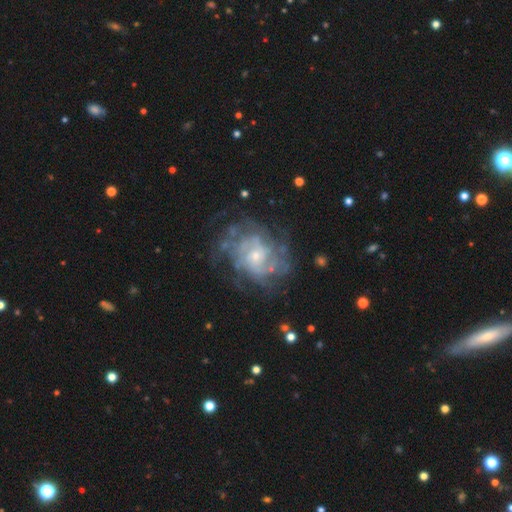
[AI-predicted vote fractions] Smooth or featured: featured or disk — 83% (smooth — 9%)
Edge-on disk: no — 97% (yes — 3%)
Bar: no — 71% (weak — 24%)
Spiral arms: yes — 89% (no — 11%)
Spiral winding: tight — 56% (medium — 33%)
Spiral arm count: can't tell — 44% (4 — 16%)
Bulge size: small — 66% (moderate — 28%)
Merging: none — 67% (minor disturbance — 18%)